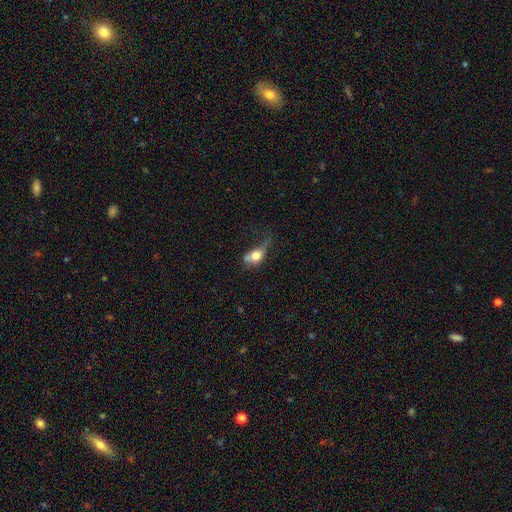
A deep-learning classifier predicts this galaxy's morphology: Overall: smooth (60%; featured or disk 30%). How rounded: in between (64%; round 26%). Merging: major disturbance (35%; none 25%).